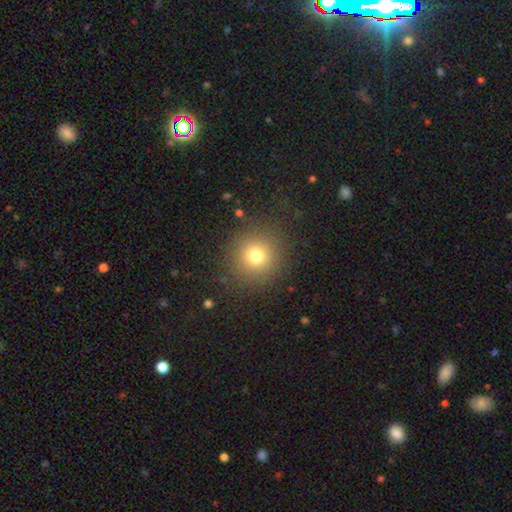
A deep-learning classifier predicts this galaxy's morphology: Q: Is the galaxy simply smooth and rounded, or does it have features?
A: smooth — 73%.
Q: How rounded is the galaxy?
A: round — 94%.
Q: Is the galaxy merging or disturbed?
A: none — 87%.